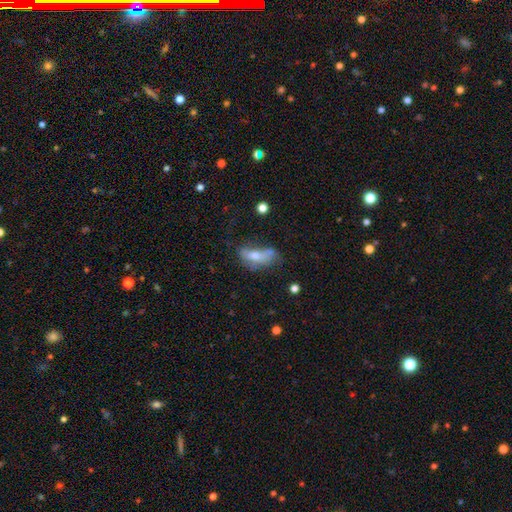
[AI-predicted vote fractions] A smooth galaxy with no disk features (50%) that is in between round and cigar-shaped (74%). Merging: none (34%).